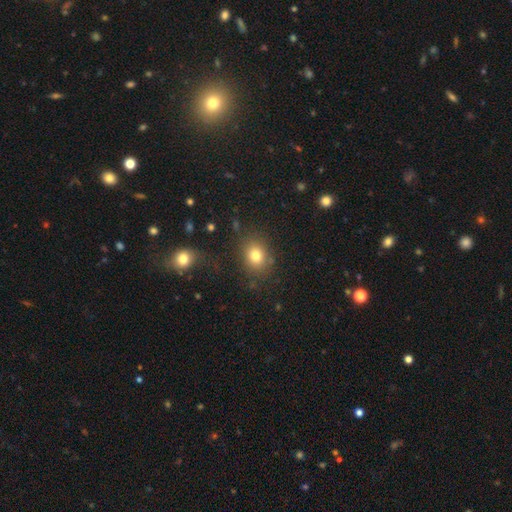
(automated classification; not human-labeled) smooth_or_featured: smooth (p=0.78) [alt: star or artifact p=0.13]
how_rounded: round (p=0.61) [alt: in between p=0.38]
merging: none (p=0.79) [alt: minor disturbance p=0.11]